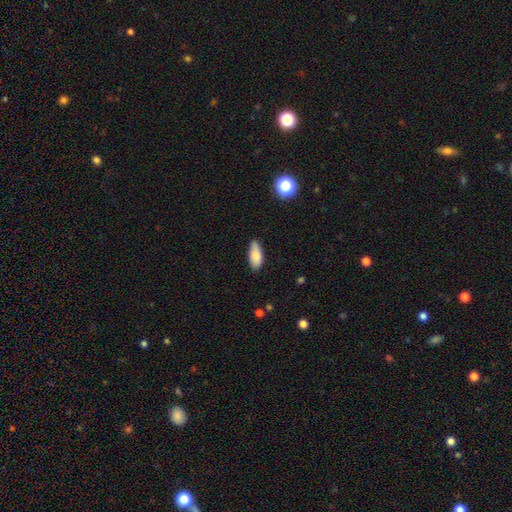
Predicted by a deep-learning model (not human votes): Q: Smooth or featured?
A: smooth (82%); runner-up: featured or disk (11%)
Q: How rounded?
A: in between (83%); runner-up: cigar-shaped (14%)
Q: Merging?
A: none (78%); runner-up: minor disturbance (18%)